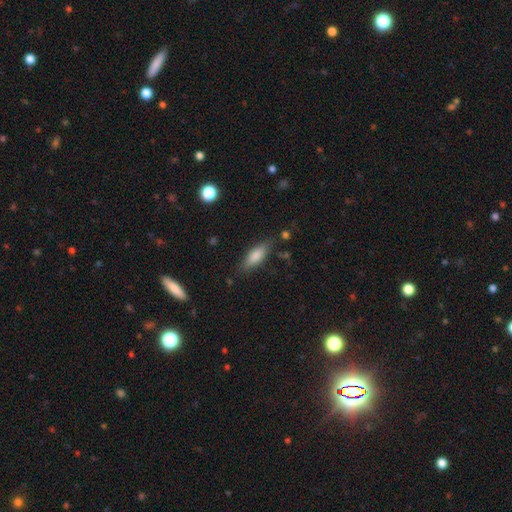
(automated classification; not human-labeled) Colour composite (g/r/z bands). It shows a smooth galaxy with no disk features (80%) that is in between round and cigar-shaped (66%). Merging: none (78%).